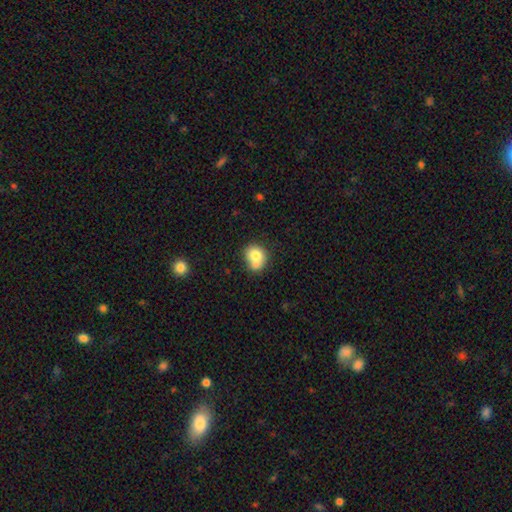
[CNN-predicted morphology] type=smooth (76%); roundness=round (71%); merging=none (41%).